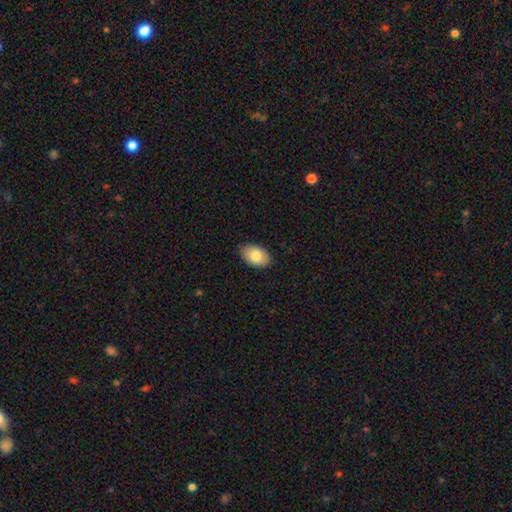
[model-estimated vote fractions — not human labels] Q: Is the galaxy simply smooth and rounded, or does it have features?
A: smooth — 82%.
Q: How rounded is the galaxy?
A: in between — 91%.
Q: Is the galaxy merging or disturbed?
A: none — 85%.